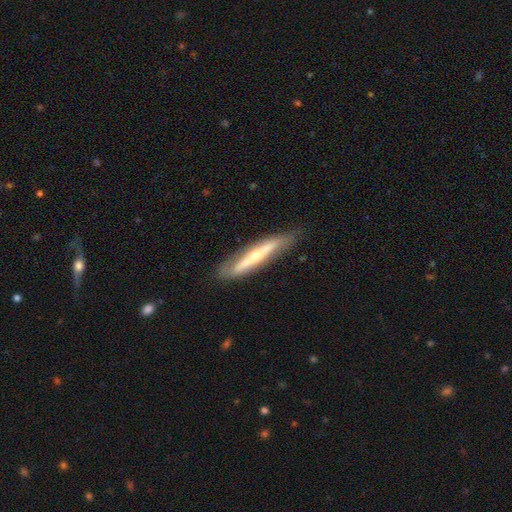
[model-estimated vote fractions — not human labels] The model was most divided on "smooth or featured": featured or disk: 65%, smooth: 30%, star or artifact: 5%. More confident: edge-on disk — yes (81%); merging — none (81%); edge-on bulge — rounded (81%).